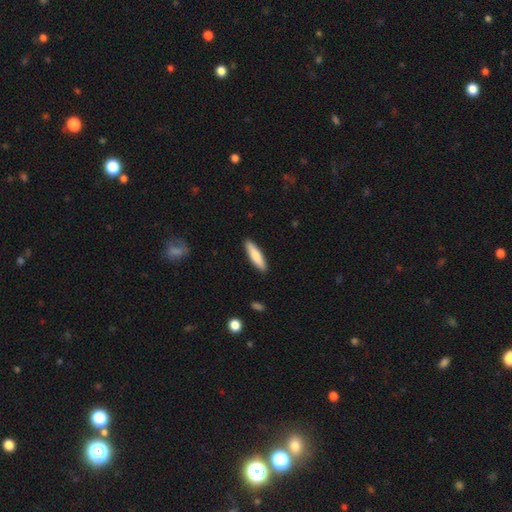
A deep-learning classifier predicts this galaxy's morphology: smooth 76%, featured or disk 19%, star or artifact 5%. Down the decision tree: how rounded — cigar-shaped (76%); merging — none (91%).